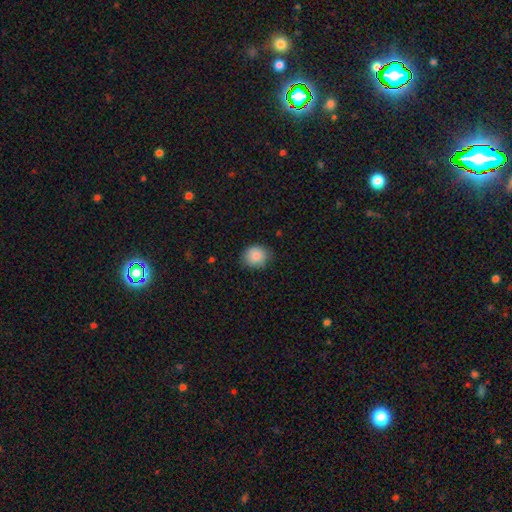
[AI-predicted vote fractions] Q: Smooth or featured?
A: smooth (87%); runner-up: star or artifact (8%)
Q: How rounded?
A: round (80%); runner-up: in between (19%)
Q: Merging?
A: none (79%); runner-up: minor disturbance (17%)